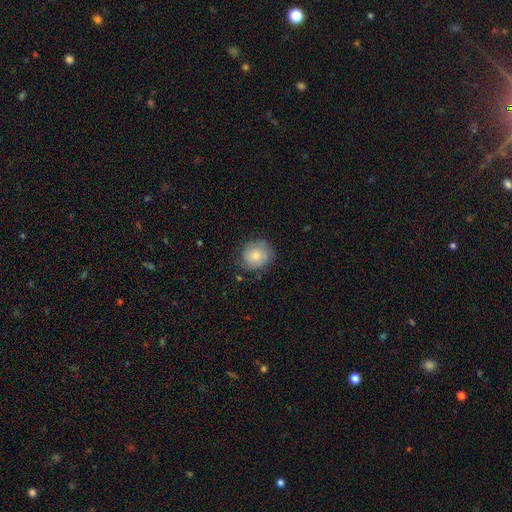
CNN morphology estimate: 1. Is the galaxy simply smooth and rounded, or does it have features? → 61% smooth, 31% featured or disk, 7% star or artifact.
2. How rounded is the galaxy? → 77% round, 22% in between, 1% cigar-shaped.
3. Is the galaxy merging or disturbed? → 72% none, 21% minor disturbance, 6% major disturbance, 1% merger.